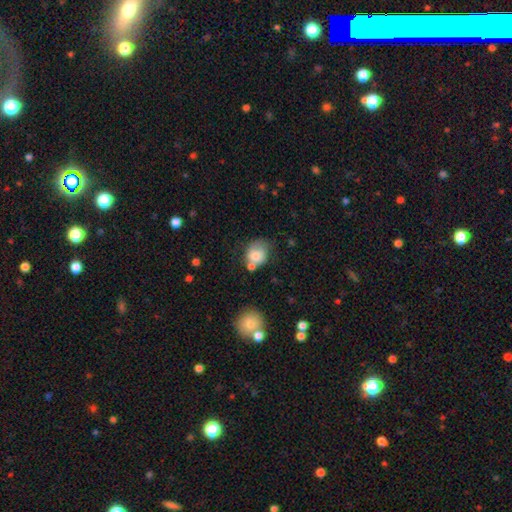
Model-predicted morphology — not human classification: type=smooth (76%); roundness=round (63%); merging=none (39%).